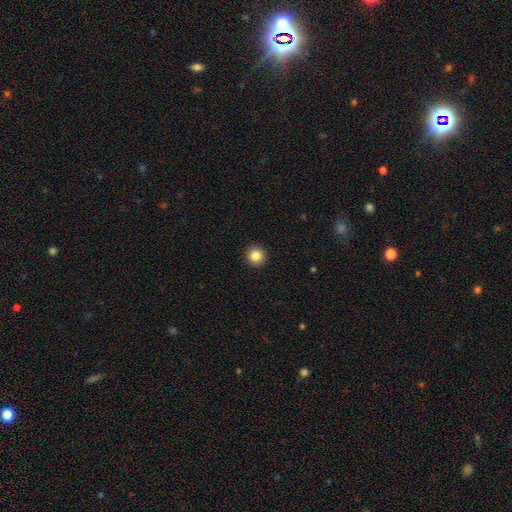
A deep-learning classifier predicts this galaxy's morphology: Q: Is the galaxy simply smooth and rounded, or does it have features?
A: smooth — 84%.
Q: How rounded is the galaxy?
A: round — 96%.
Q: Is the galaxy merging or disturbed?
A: none — 94%.